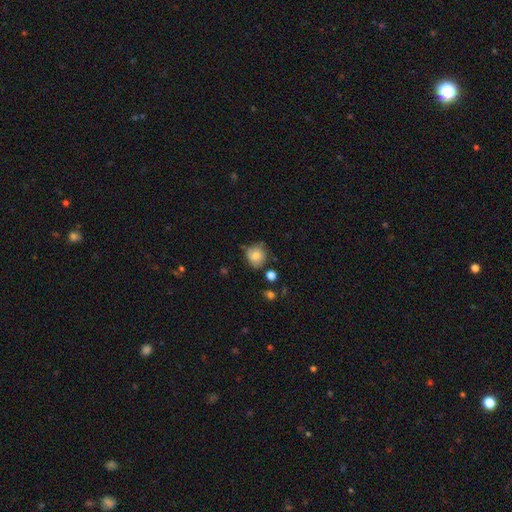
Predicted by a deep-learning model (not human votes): The model was most divided on "merging": none: 64%, minor disturbance: 26%, major disturbance: 6%, merger: 4%. More confident: how rounded — round (80%); smooth or featured — smooth (73%).